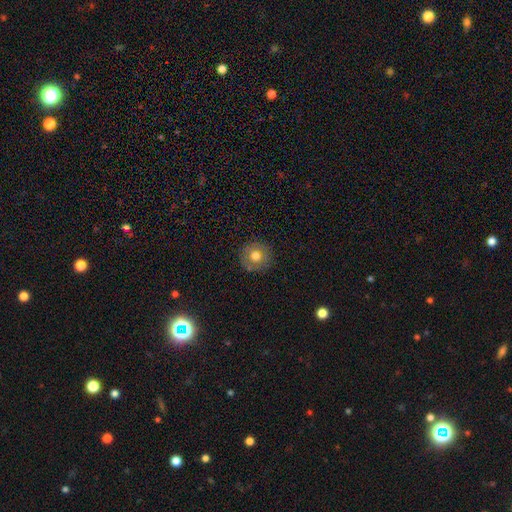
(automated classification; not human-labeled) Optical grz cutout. It shows a smooth galaxy with no disk features (72%) that is round (93%). Merging: none (86%).